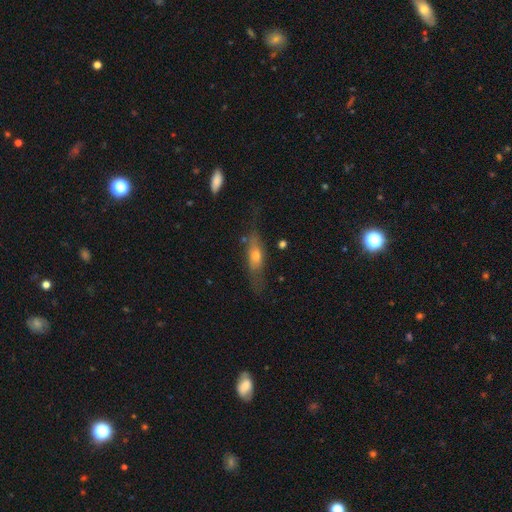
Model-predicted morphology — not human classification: The model was most divided on "smooth or featured": featured or disk: 46%, smooth: 45%, star or artifact: 9%. More confident: merging — none (64%).